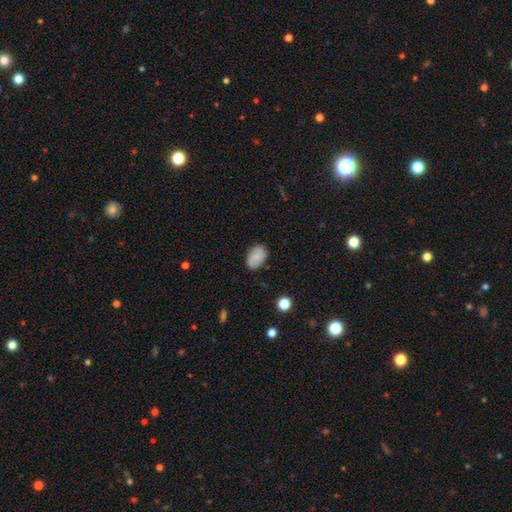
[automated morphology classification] type=smooth (79%); roundness=in between (88%); merging=none (83%).